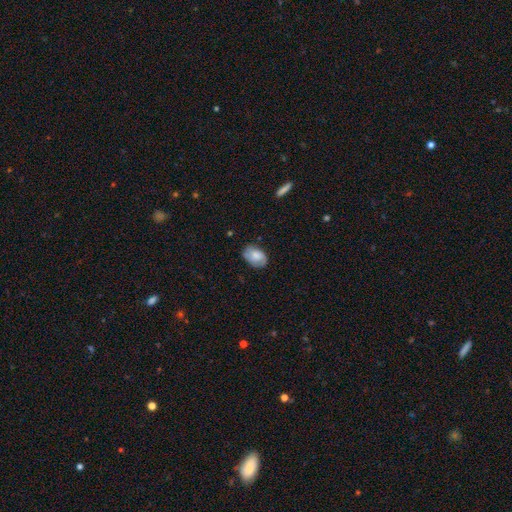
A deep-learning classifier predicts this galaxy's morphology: Smooth or featured? smooth (62%)
How rounded? in between (83%)
Merging? none (75%)